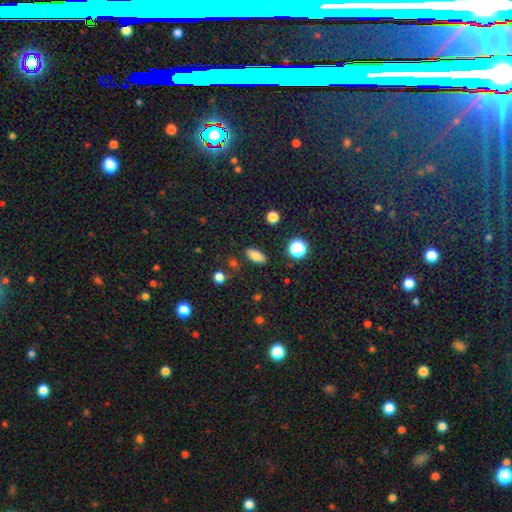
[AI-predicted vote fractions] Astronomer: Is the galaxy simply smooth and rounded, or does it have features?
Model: smooth — 82%.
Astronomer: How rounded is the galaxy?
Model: in between — 86%.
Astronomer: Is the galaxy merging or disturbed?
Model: none — 86%.